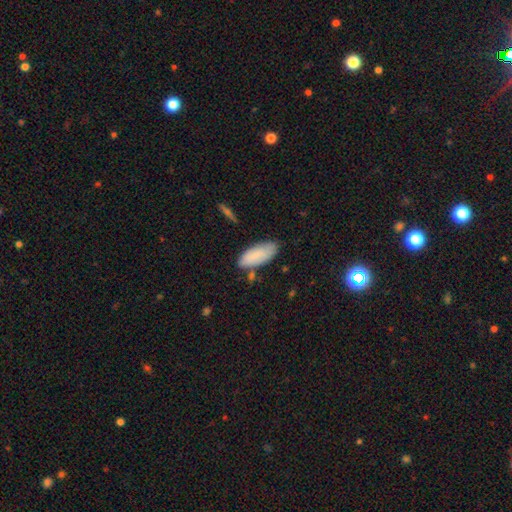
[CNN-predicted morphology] Smooth or featured? smooth (82%)
How rounded? in between (86%)
Merging? none (72%)